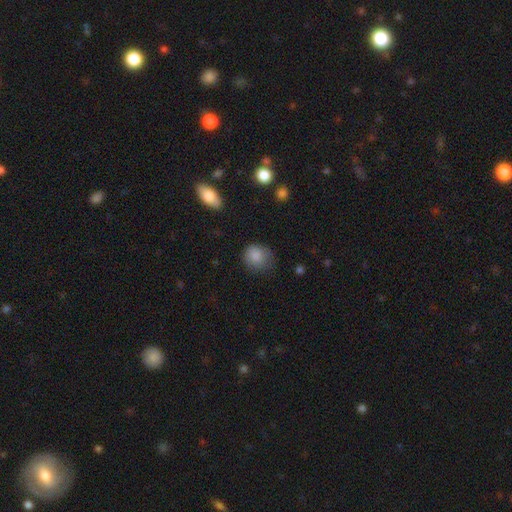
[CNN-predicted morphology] This is clearly a smooth galaxy (84%). How rounded: clearly round (81%). Merging: likely none (65%).